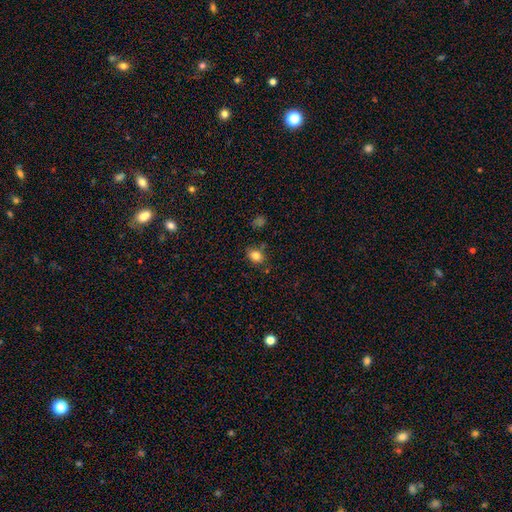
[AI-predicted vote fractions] Smooth or featured? smooth (82%)
How rounded? in between (64%)
Merging? none (74%)